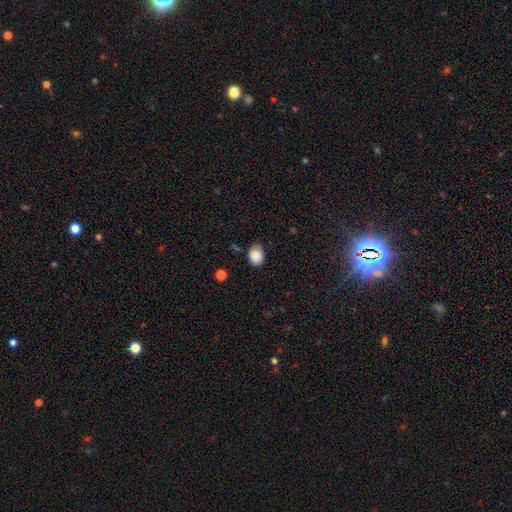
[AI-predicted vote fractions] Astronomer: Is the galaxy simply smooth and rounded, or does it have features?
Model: smooth — 88%.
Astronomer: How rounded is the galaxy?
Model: in between — 63%.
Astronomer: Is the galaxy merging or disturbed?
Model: none — 70%.